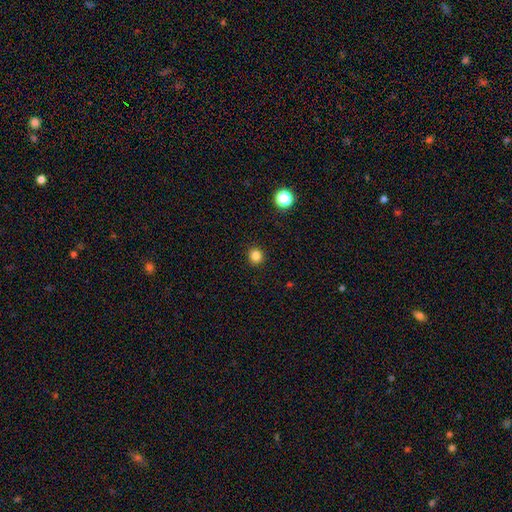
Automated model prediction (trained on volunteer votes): A smooth galaxy with no disk features (83%) that is round (92%).

Vote fractions:
- Smooth or featured? smooth: 83% / star or artifact: 13% / featured or disk: 4%
- How rounded? round: 92% / in between: 7% / cigar-shaped: 1%
- Merging? none: 92% / minor disturbance: 5% / major disturbance: 2% / merger: 1%